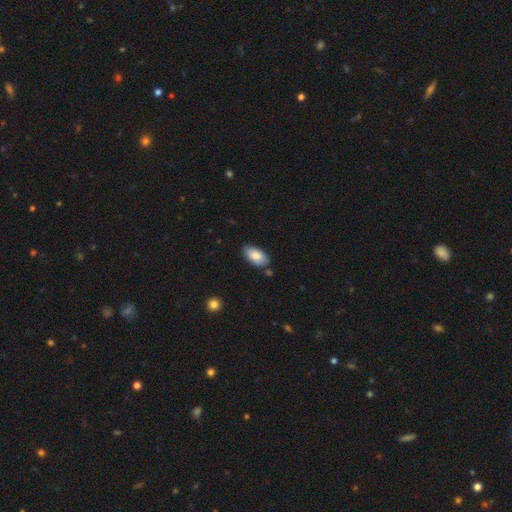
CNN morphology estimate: Smooth or featured? smooth (83%)
How rounded? in between (94%)
Merging? none (79%)